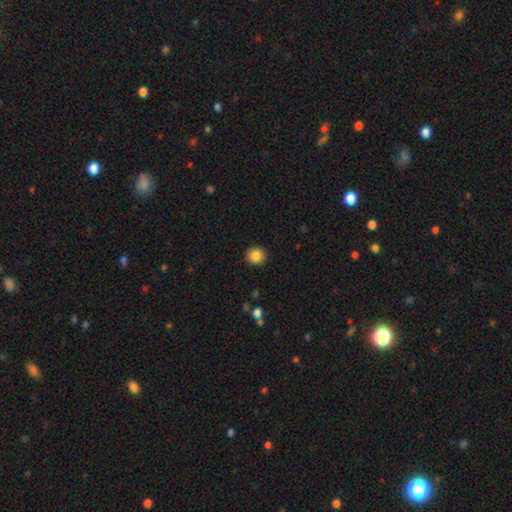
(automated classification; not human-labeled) Smooth or featured? Predicted: smooth (p=0.86). How rounded? Predicted: round (p=0.86). Merging? Predicted: none (p=0.92).